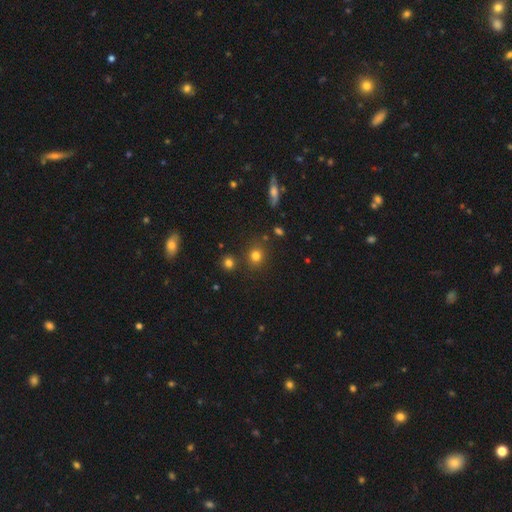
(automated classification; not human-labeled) Smooth or featured?
  - smooth: 78% *
  - star or artifact: 15%
  - featured or disk: 7%
How rounded?
  - round: 82% *
  - in between: 17%
  - cigar-shaped: 1%
Merging?
  - none: 81% *
  - minor disturbance: 9%
  - merger: 7%
  - major disturbance: 3%